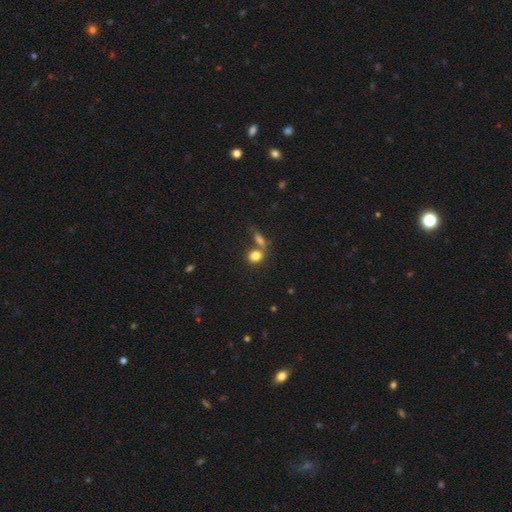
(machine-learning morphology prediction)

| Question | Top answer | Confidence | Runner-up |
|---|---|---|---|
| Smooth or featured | smooth | 80% | star or artifact (12%) |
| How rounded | round | 51% | in between (47%) |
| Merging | none | 47% | merger (38%) |